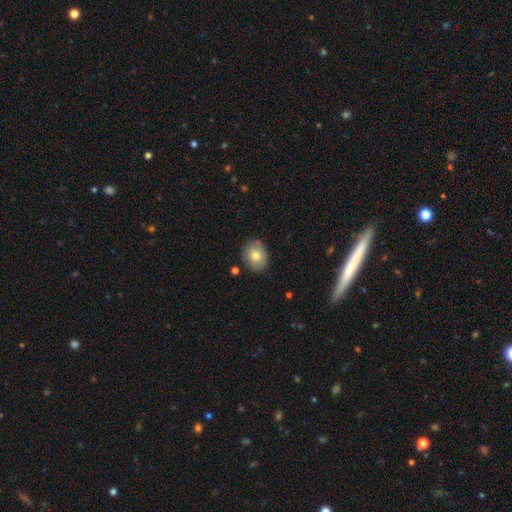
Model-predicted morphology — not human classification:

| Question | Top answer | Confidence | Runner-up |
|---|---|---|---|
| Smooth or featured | smooth | 74% | featured or disk (18%) |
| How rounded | round | 55% | in between (44%) |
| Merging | none | 82% | minor disturbance (13%) |